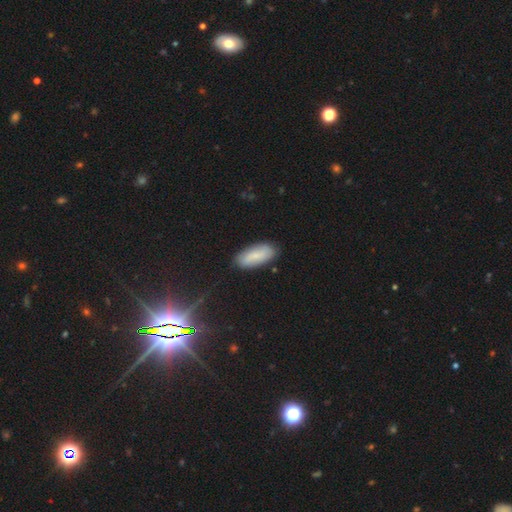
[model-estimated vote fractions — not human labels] Smooth or featured: smooth — 74% (featured or disk — 17%)
How rounded: in between — 82% (cigar-shaped — 16%)
Merging: none — 84% (minor disturbance — 12%)